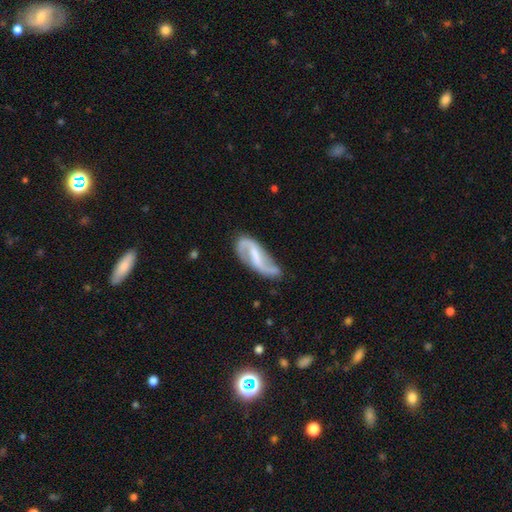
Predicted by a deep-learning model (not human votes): The model was most divided on "bar": weak: 41%, strong: 40%, no: 19%. Remaining: edge-on disk — no (95%); spiral arms — yes (93%); spiral arm count — 2 (87%); smooth or featured — featured or disk (81%); spiral winding — loose (59%); merging — none (59%); bulge size — small (39%).